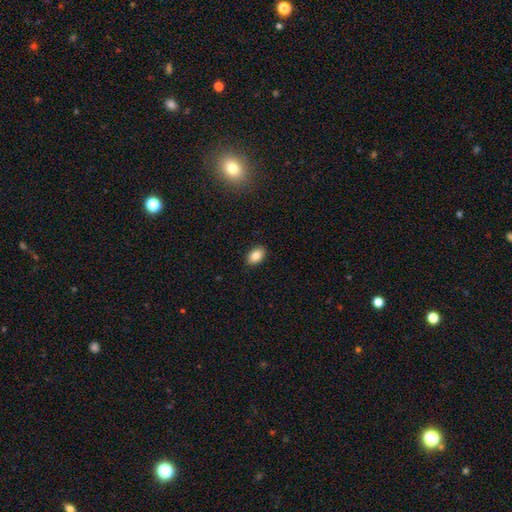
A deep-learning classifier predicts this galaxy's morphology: smooth-or-featured: smooth: 85% | star or artifact: 8% | featured or disk: 6%
  how-rounded: in between: 86% | round: 12% | cigar-shaped: 1%
  merging: none: 89% | minor disturbance: 8% | major disturbance: 2% | merger: 1%